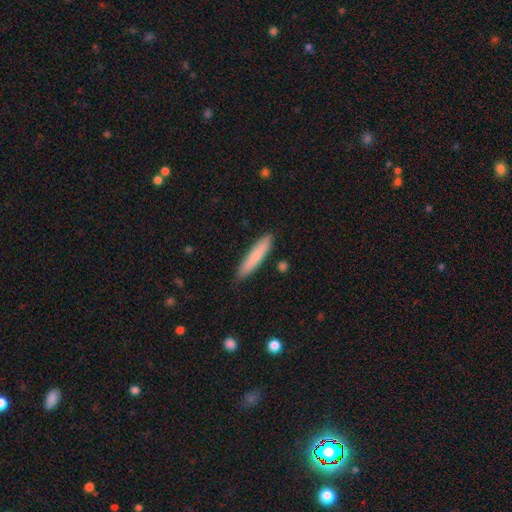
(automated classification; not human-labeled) A smooth galaxy with no disk features (78%) that is cigar-shaped (88%). Merging: none (88%).